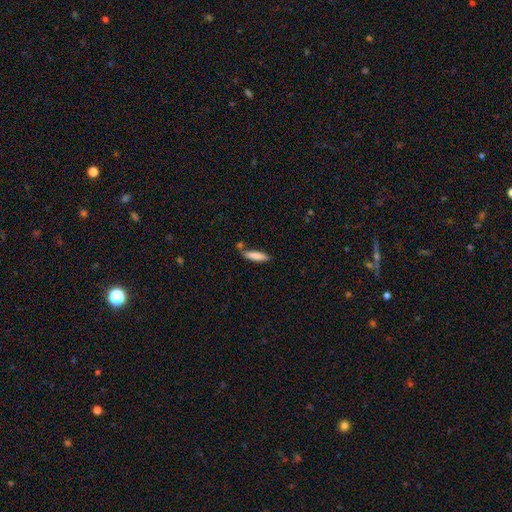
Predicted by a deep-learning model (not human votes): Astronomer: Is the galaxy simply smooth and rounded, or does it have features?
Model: smooth — 84%.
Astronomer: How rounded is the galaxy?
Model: cigar-shaped — 66%.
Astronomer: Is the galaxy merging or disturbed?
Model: none — 63%.